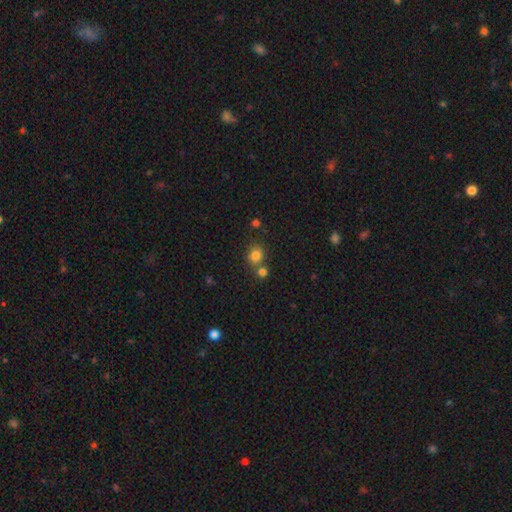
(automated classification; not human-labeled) This appears to be a smooth galaxy with no disk features (80%) that is round (71%). Merging: none (63%).